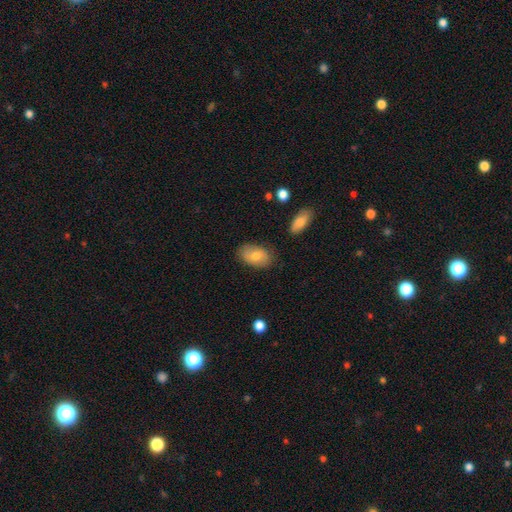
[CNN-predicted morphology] Q: Smooth or featured?
A: smooth (71%); runner-up: featured or disk (22%)
Q: How rounded?
A: in between (91%); runner-up: round (8%)
Q: Merging?
A: none (80%); runner-up: minor disturbance (15%)